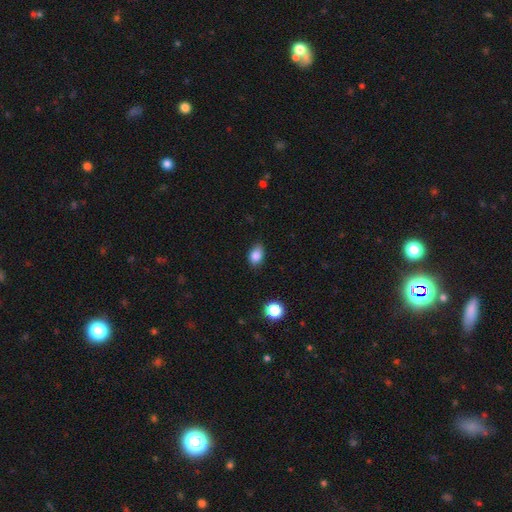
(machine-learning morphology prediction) Smooth or featured: smooth — 85% (star or artifact — 10%)
How rounded: in between — 78% (round — 20%)
Merging: none — 74% (minor disturbance — 21%)